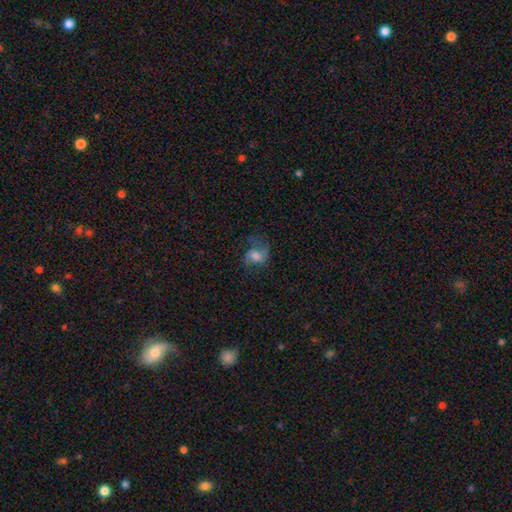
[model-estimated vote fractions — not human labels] Smooth or featured? smooth (47%)
Merging? none (48%)